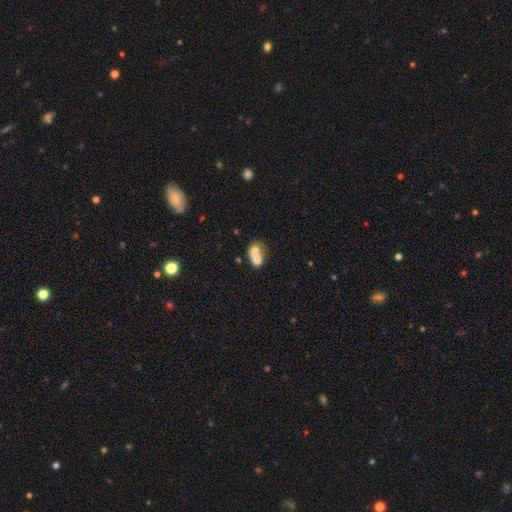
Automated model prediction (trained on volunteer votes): This appears to be a smooth galaxy with no disk features (64%) that is in between round and cigar-shaped (75%). Merging: merger (57%).